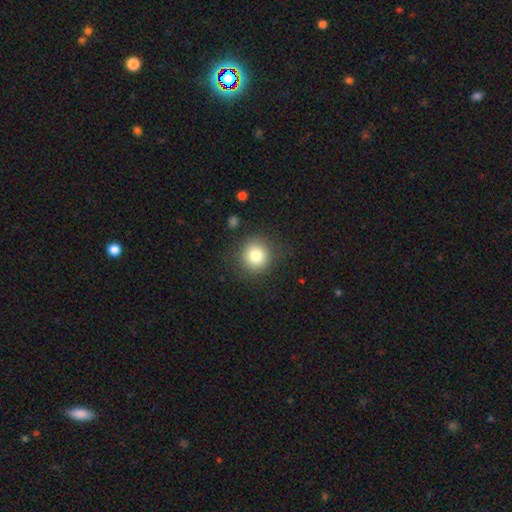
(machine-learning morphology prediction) Q: Smooth or featured?
A: smooth (80%); runner-up: star or artifact (11%)
Q: How rounded?
A: round (93%); runner-up: in between (6%)
Q: Merging?
A: none (86%); runner-up: minor disturbance (9%)